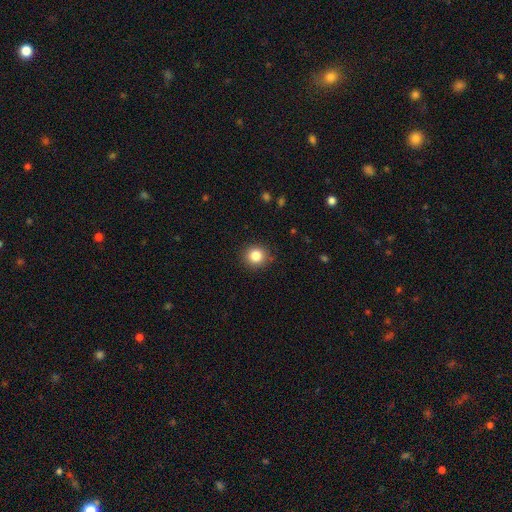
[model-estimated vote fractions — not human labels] Morphology: type=smooth (84%); roundness=round (90%); merging=none (90%).